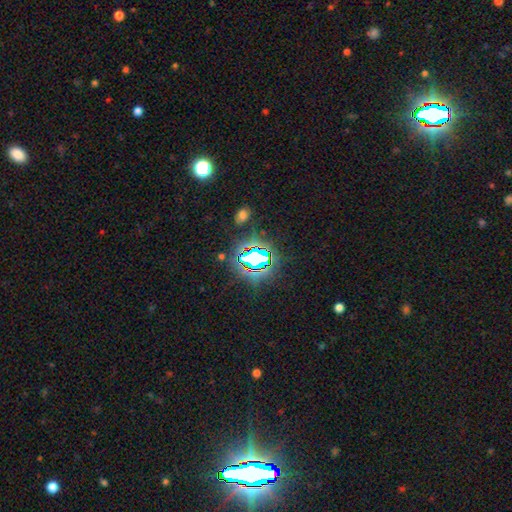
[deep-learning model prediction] This appears to be a star or artifact, not a galaxy (73%).